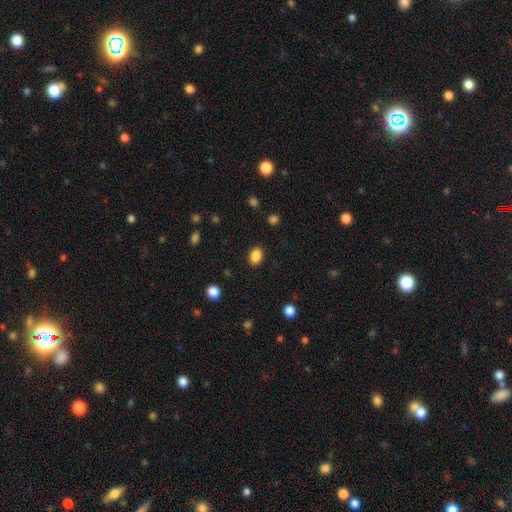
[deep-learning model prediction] Q: Smooth or featured?
A: smooth (87%); runner-up: star or artifact (9%)
Q: How rounded?
A: in between (70%); runner-up: round (29%)
Q: Merging?
A: none (88%); runner-up: minor disturbance (8%)